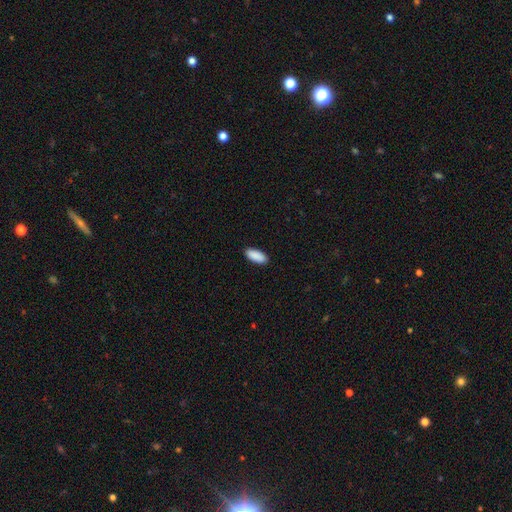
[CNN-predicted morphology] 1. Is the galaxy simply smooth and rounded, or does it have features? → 91% smooth, 6% star or artifact, 3% featured or disk.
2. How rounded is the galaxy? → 84% in between, 14% cigar-shaped, 2% round.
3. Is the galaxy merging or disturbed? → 90% none, 7% minor disturbance, 2% major disturbance, 1% merger.